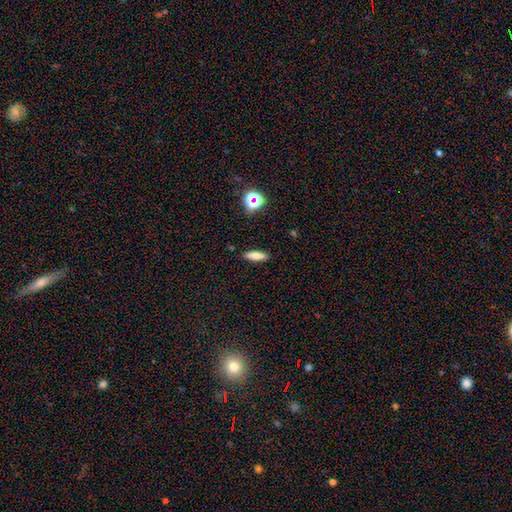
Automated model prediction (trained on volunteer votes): smooth-or-featured: smooth: 74% | featured or disk: 15% | star or artifact: 11%
  how-rounded: cigar-shaped: 58% | in between: 38% | round: 3%
  merging: none: 89% | minor disturbance: 8% | major disturbance: 2% | merger: 1%